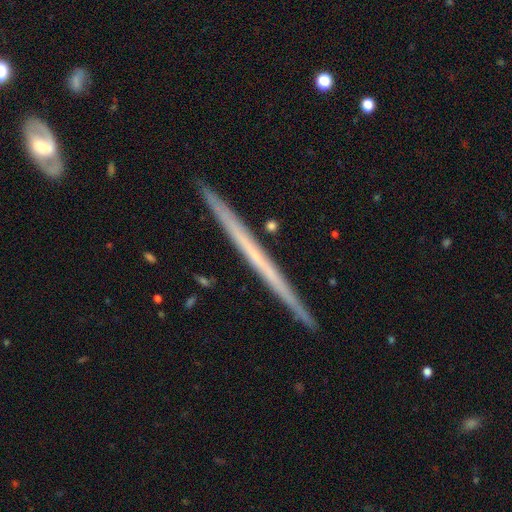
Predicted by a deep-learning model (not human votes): Overall: featured or disk (64%; smooth 30%). Edge-on disk: yes (98%). Edge-on bulge: none (92%). Merging: none (91%).